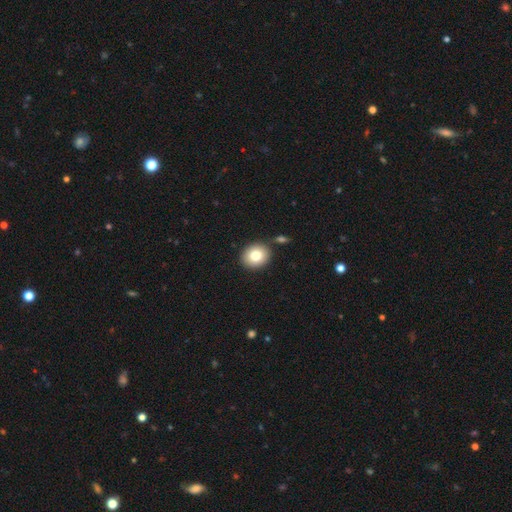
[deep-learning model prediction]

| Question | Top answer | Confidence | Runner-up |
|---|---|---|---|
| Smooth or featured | smooth | 81% | featured or disk (10%) |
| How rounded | round | 68% | in between (31%) |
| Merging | none | 83% | minor disturbance (9%) |